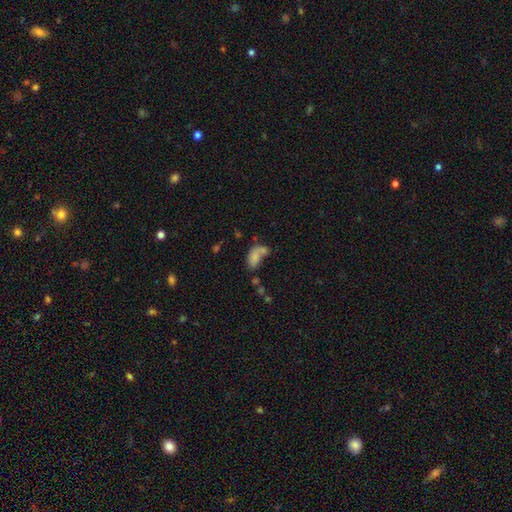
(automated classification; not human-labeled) A smooth galaxy with no disk features (73%) that is in between round and cigar-shaped (89%). Merging: merger (45%).